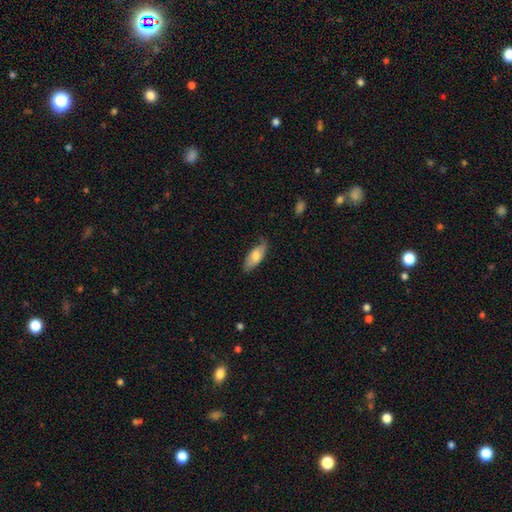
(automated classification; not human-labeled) Overall: smooth (72%). How rounded: in between (79%). Merging: none (70%).